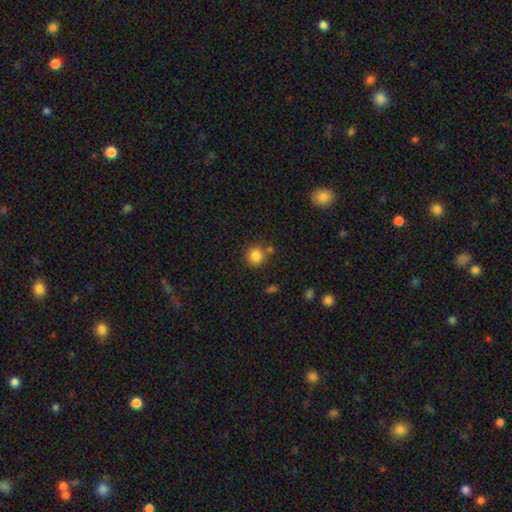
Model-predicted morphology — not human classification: Q: Smooth or featured?
A: smooth (85%); runner-up: star or artifact (10%)
Q: How rounded?
A: round (92%); runner-up: in between (7%)
Q: Merging?
A: none (77%); runner-up: merger (10%)